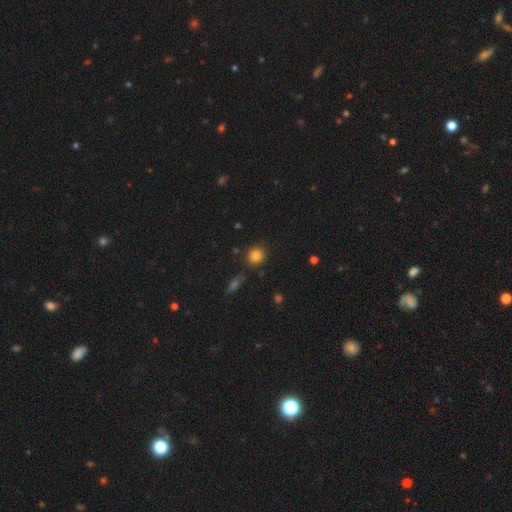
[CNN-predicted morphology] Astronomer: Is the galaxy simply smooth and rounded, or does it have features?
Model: smooth — 83%.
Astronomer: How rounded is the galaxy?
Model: round — 87%.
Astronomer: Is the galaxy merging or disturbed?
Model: none — 84%.